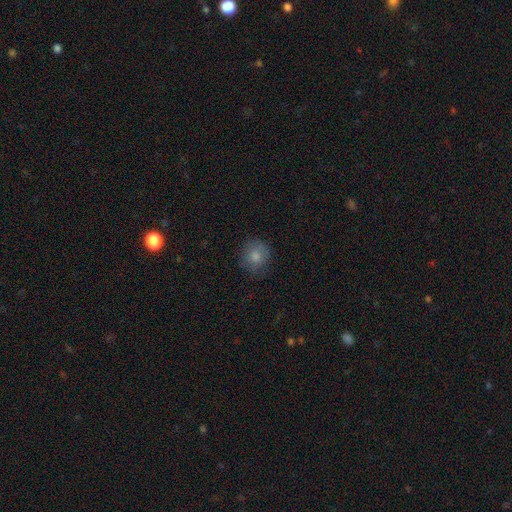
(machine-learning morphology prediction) smooth_or_featured: smooth (p=0.83) [alt: star or artifact p=0.09]
how_rounded: round (p=0.88) [alt: in between p=0.11]
merging: none (p=0.82) [alt: minor disturbance p=0.14]